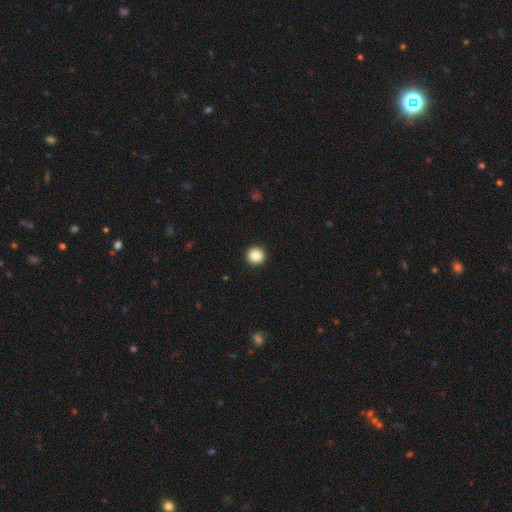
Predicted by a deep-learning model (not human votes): smooth-or-featured: smooth: 87% | star or artifact: 9% | featured or disk: 4%
  how-rounded: round: 93% | in between: 7% | cigar-shaped: 1%
  merging: none: 93% | minor disturbance: 5% | major disturbance: 2% | merger: 1%